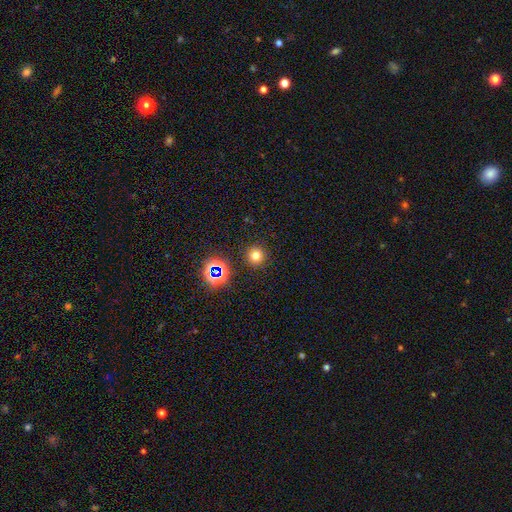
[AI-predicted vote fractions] Overall: smooth (70%). How rounded: round (94%). Merging: none (90%).